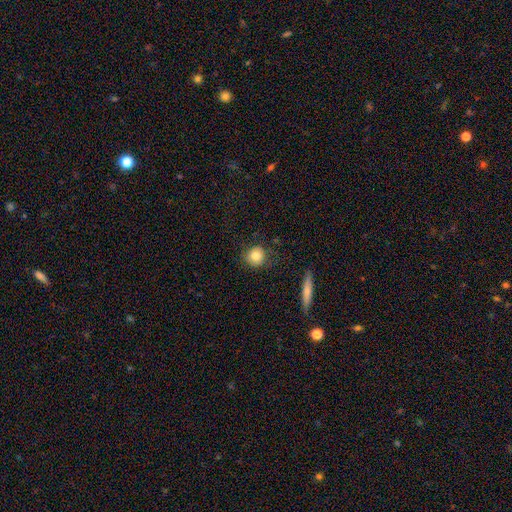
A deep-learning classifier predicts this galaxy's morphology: Smooth or featured? Predicted: smooth (p=0.80). How rounded? Predicted: round (p=0.87). Merging? Predicted: none (p=0.78).